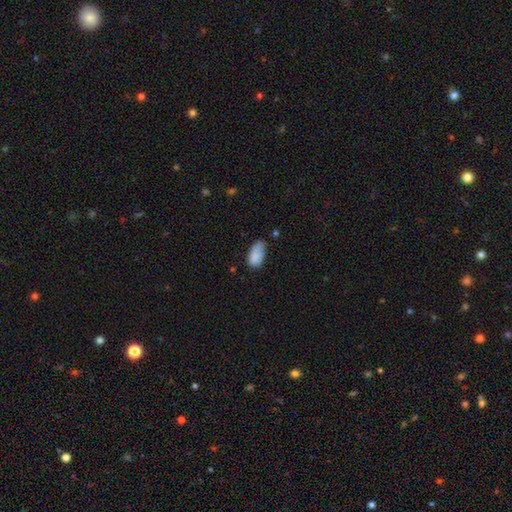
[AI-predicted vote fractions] Smooth or featured?
  - smooth: 82% *
  - featured or disk: 9%
  - star or artifact: 8%
How rounded?
  - in between: 93% *
  - cigar-shaped: 4%
  - round: 4%
Merging?
  - minor disturbance: 42% *
  - none: 39%
  - major disturbance: 14%
  - merger: 5%